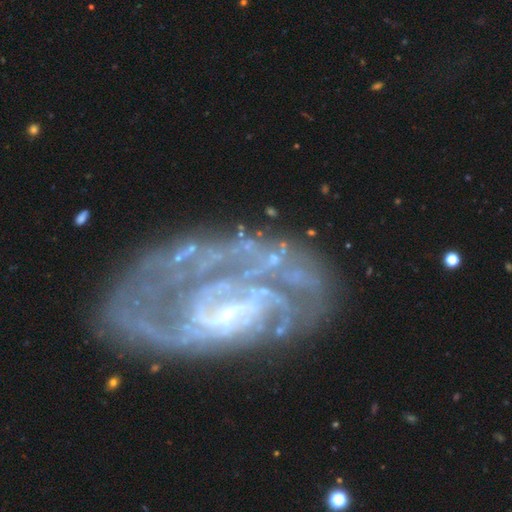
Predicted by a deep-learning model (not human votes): featured or disk 85%, star or artifact 8%, smooth 7%. Down the decision tree: edge-on disk — no (96%); bar — weak (43%); spiral arms — yes (83%); spiral arm count — can't tell (36%); spiral winding — medium (39%, tied with tight); bulge size — small (48%); merging — none (49%).